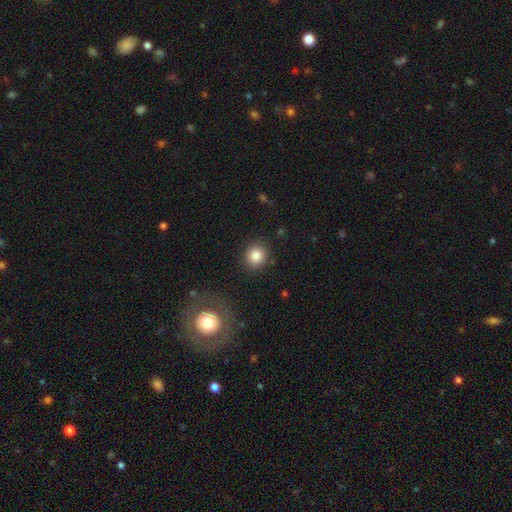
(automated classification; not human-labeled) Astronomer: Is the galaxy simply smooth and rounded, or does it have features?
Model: smooth — 84%.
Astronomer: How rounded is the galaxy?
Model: round — 85%.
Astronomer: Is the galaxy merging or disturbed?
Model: none — 88%.